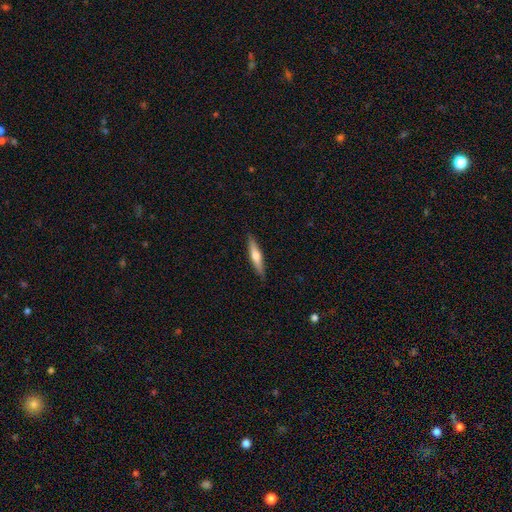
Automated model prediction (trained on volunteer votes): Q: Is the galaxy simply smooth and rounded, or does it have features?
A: smooth — 54%.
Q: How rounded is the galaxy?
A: cigar-shaped — 85%.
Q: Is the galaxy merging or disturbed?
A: none — 88%.